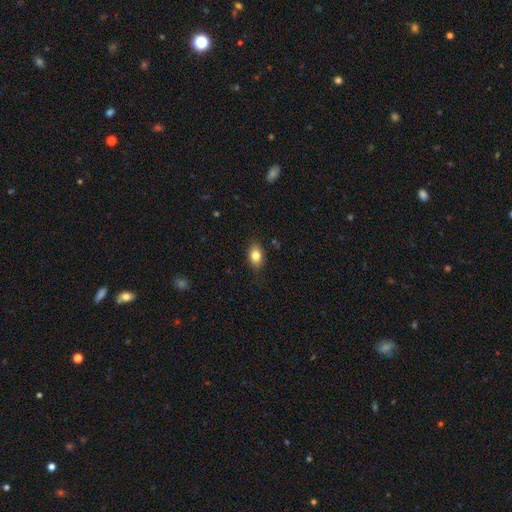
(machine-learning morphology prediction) smooth 82%, featured or disk 10%, star or artifact 8%. Down the decision tree: how rounded — in between (83%); merging — none (85%).